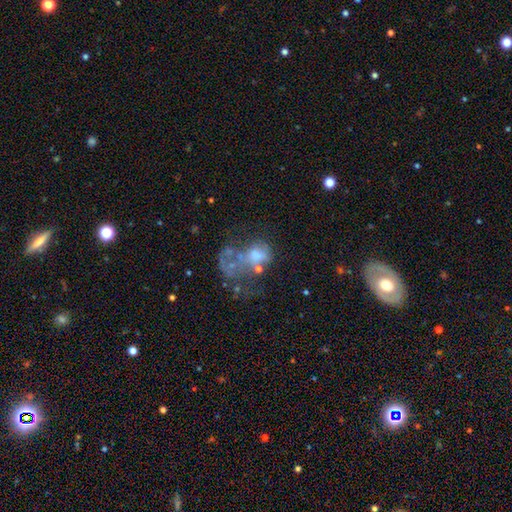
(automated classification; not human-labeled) Smooth or featured? featured or disk (49%)
Merging? major disturbance (41%)